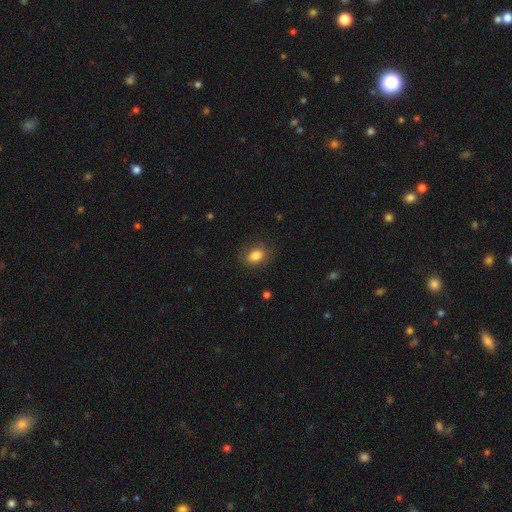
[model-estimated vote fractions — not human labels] This is clearly a smooth galaxy (83%). How rounded: likely in between (71%). Merging: clearly none (82%).